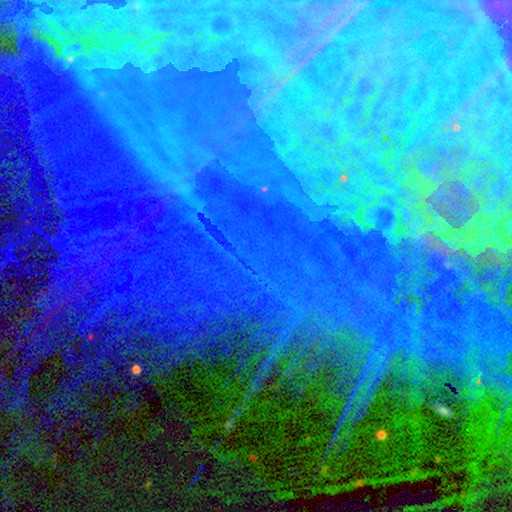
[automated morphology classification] This is likely a star or artifact rather than a galaxy (75%).